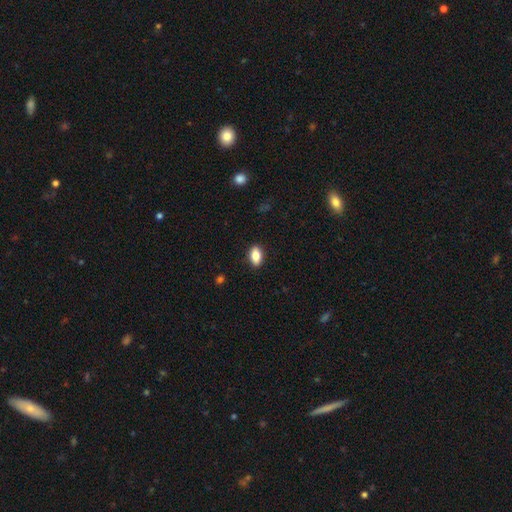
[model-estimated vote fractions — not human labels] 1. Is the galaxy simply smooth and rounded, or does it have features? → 84% smooth, 9% featured or disk, 7% star or artifact.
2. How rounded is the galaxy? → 88% in between, 6% round, 5% cigar-shaped.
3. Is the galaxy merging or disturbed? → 88% none, 9% minor disturbance, 2% major disturbance, 1% merger.